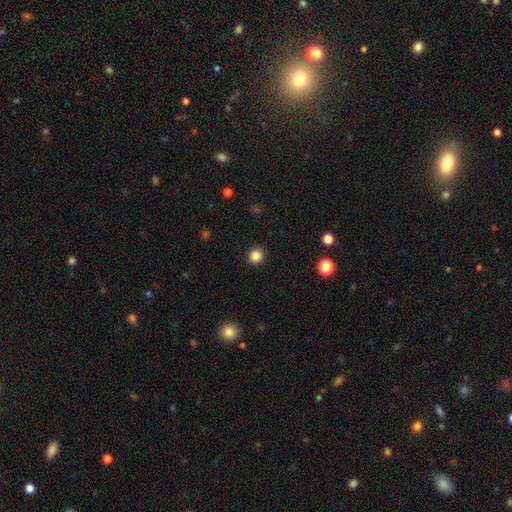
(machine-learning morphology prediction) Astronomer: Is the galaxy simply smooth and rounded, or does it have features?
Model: smooth — 85%.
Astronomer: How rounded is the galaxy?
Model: round — 93%.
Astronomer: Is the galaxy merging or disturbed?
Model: none — 92%.